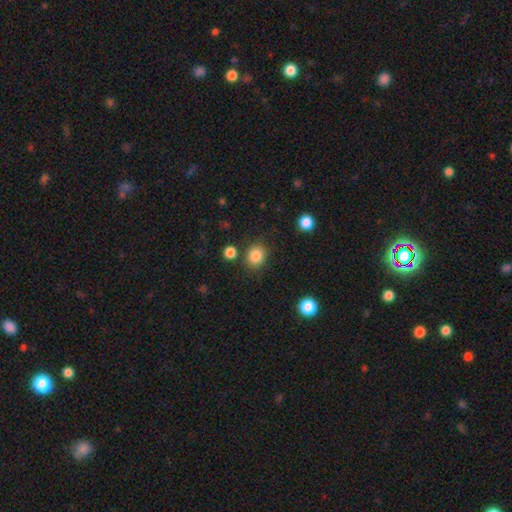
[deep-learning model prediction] A smooth galaxy with no disk features (85%) that is round (73%). Merging: none (82%).